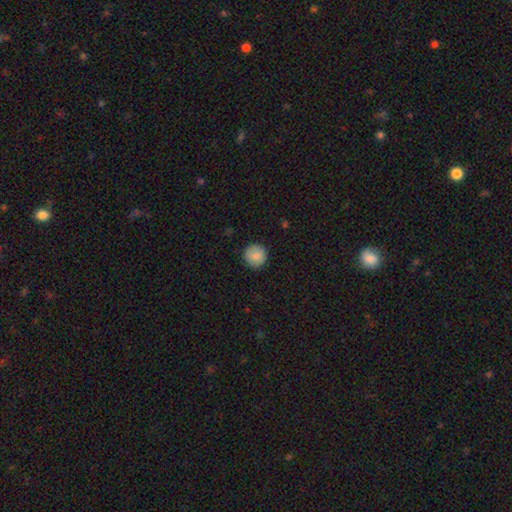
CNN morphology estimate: The model was most divided on "smooth or featured": smooth: 87%, star or artifact: 8%, featured or disk: 5%. More confident: how rounded — round (95%); merging — none (90%).